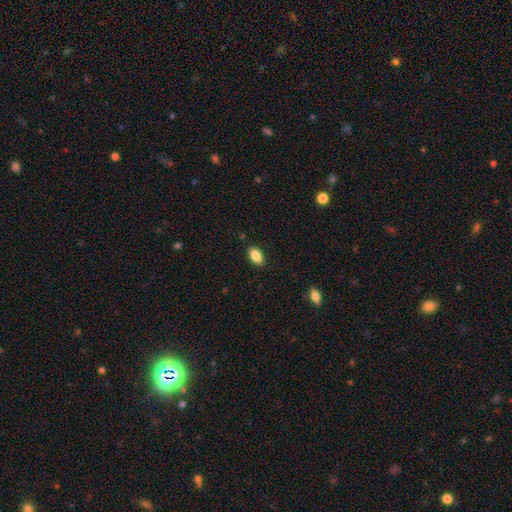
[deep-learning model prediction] smooth_or_featured: smooth (p=0.86) [alt: star or artifact p=0.08]
how_rounded: in between (p=0.91) [alt: round p=0.07]
merging: none (p=0.88) [alt: minor disturbance p=0.09]